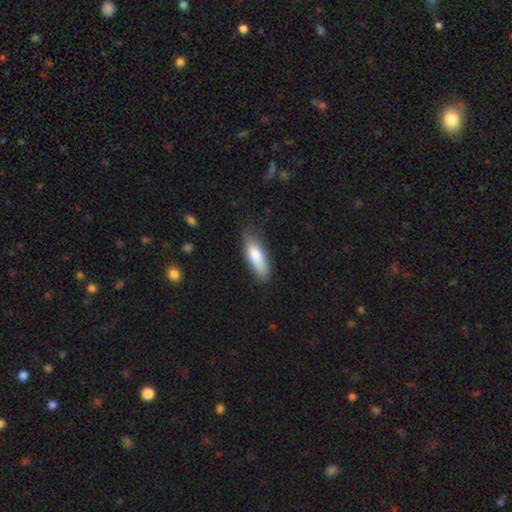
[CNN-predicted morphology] smooth 81%, featured or disk 13%, star or artifact 6%. Down the decision tree: how rounded — in between (53%); merging — none (79%).